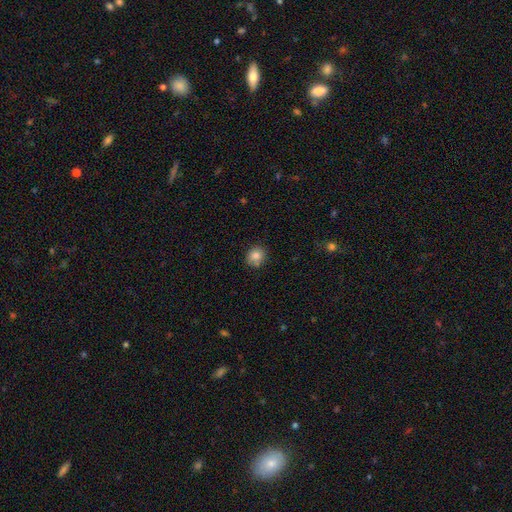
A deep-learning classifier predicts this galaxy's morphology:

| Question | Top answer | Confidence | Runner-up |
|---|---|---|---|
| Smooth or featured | smooth | 83% | star or artifact (10%) |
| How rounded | round | 78% | in between (21%) |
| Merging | none | 76% | minor disturbance (14%) |